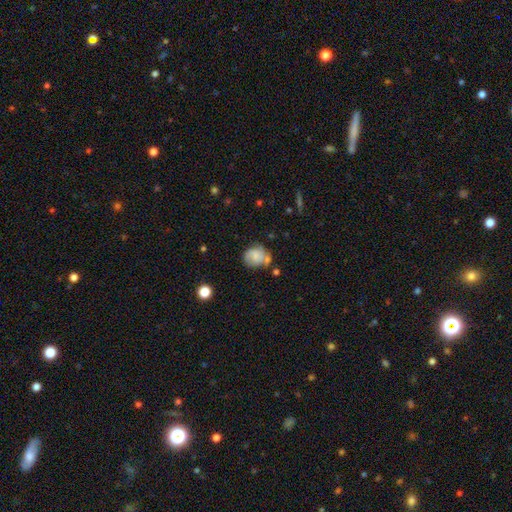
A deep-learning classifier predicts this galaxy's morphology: The model was most divided on "merging": none: 49%, minor disturbance: 26%, merger: 14%, major disturbance: 11%. More confident: how rounded — round (61%); smooth or featured — smooth (61%).